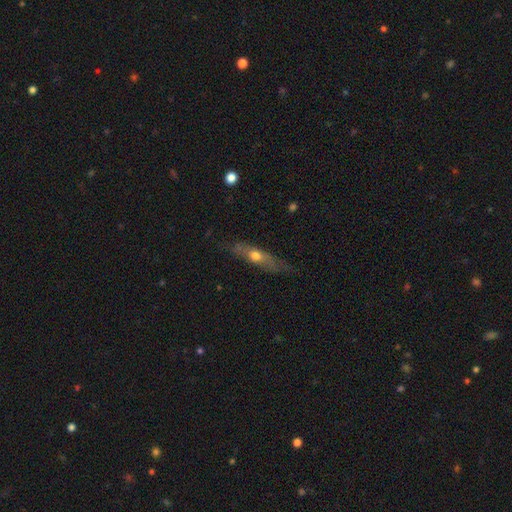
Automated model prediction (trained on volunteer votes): smooth-or-featured: featured or disk: 49% | smooth: 45% | star or artifact: 6%
  merging: none: 72% | minor disturbance: 20% | major disturbance: 7% | merger: 2%